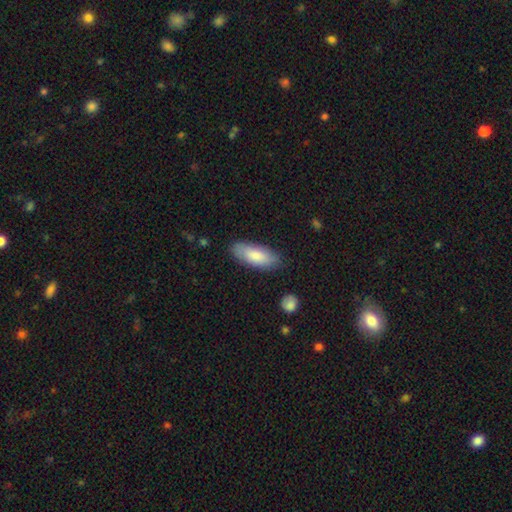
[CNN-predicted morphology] A smooth galaxy with no disk features (81%) that is in between round and cigar-shaped (77%). Merging: none (82%).